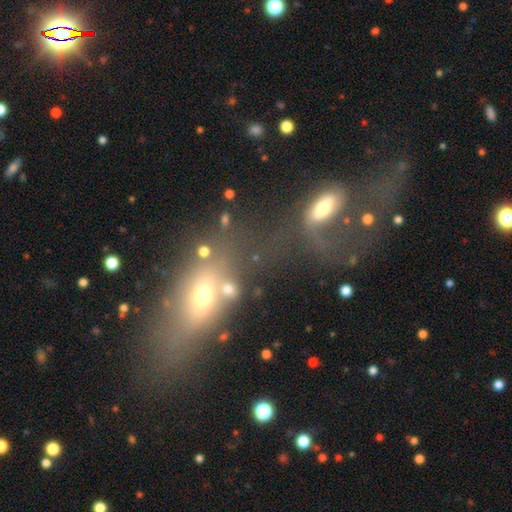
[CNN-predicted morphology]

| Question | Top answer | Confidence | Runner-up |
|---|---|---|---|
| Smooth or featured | smooth | 41% | featured or disk (38%) |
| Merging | merger | 50% | none (23%) |